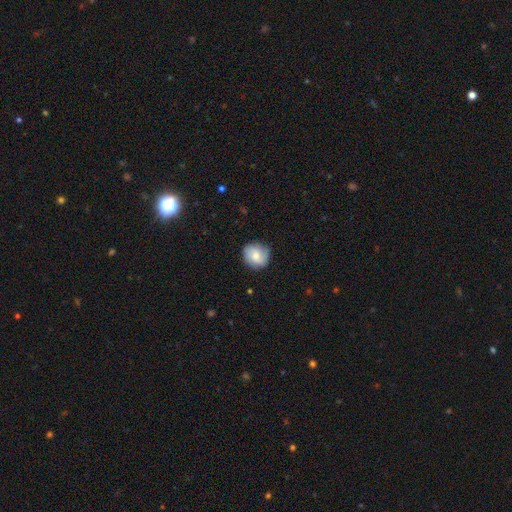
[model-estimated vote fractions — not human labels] Smooth or featured? Predicted: smooth (p=0.67). How rounded? Predicted: round (p=0.83). Merging? Predicted: none (p=0.76).